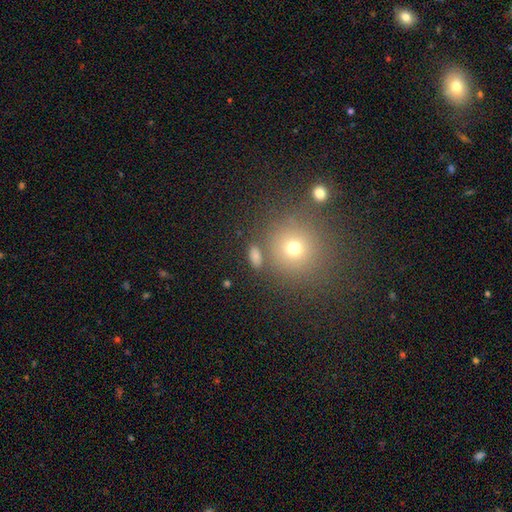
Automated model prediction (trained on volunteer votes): smooth 59%, star or artifact 30%, featured or disk 11%. Down the decision tree: how rounded — round (91%); merging — none (75%).